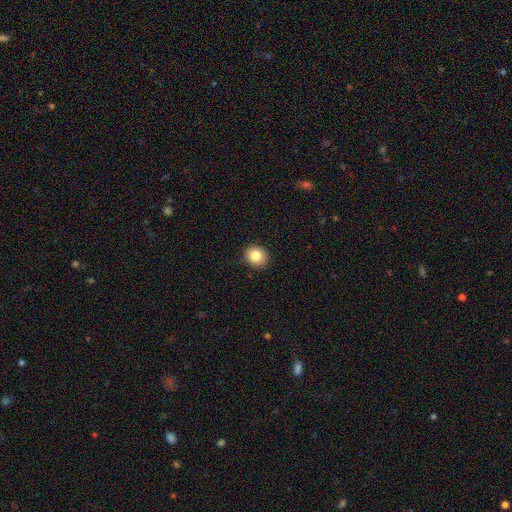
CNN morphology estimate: Smooth or featured?
  - smooth: 83% *
  - star or artifact: 9%
  - featured or disk: 7%
How rounded?
  - round: 74% *
  - in between: 25%
  - cigar-shaped: 1%
Merging?
  - none: 90% *
  - minor disturbance: 7%
  - major disturbance: 2%
  - merger: 1%